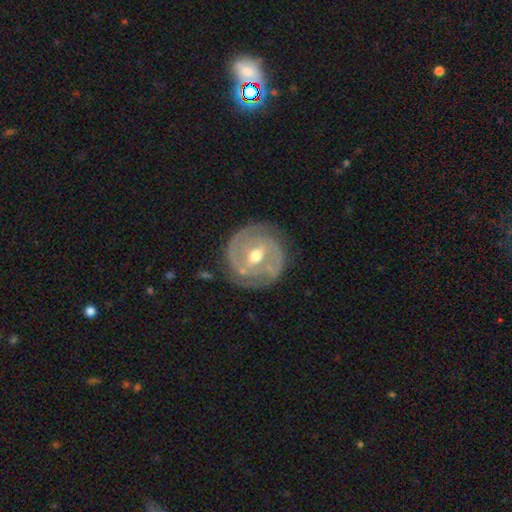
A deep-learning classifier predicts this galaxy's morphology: Smooth or featured? featured or disk (83%)
Edge-on disk? no (97%)
Bar? weak (50%)
Spiral arms? yes (88%)
Spiral winding? tight (63%)
Spiral arm count? 2 (63%)
Bulge size? moderate (75%)
Merging? none (78%)